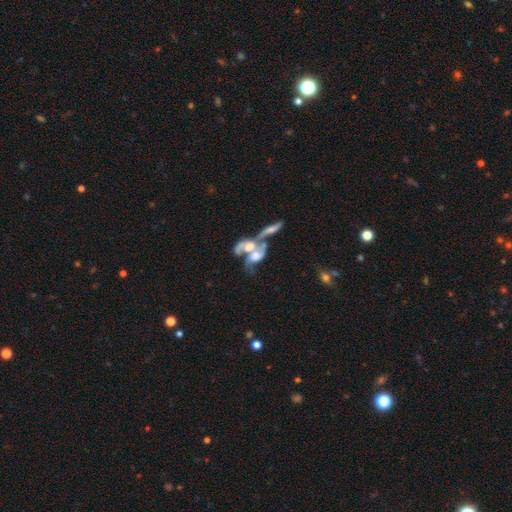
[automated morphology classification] A featured or disk galaxy (71%) with no bar (69%), spiral arms (70%) and a moderate central bulge (39%). Merging: merger (76%).